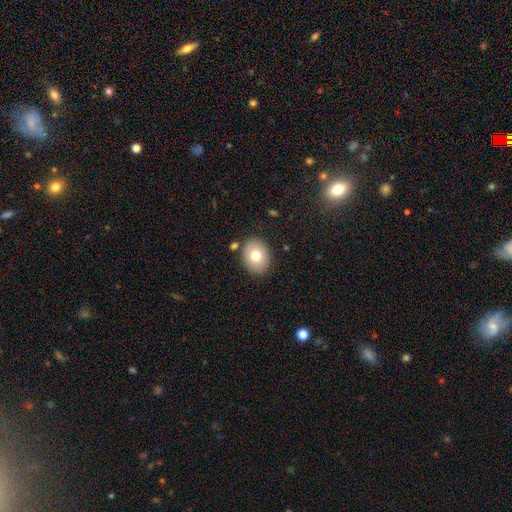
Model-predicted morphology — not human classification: Smooth or featured? Predicted: smooth (p=0.76). How rounded? Predicted: in between (p=0.60). Merging? Predicted: none (p=0.85).